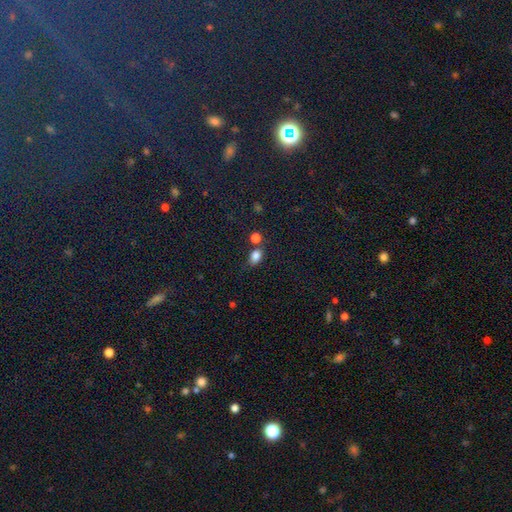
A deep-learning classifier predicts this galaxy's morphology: A smooth galaxy with no disk features (82%) that is in between round and cigar-shaped (78%). Merging: none (63%).